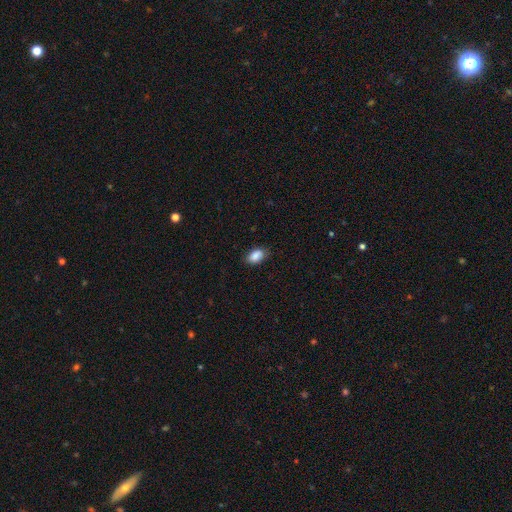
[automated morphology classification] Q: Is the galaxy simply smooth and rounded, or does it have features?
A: smooth — 87%.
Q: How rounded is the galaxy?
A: in between — 90%.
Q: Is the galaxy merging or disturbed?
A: none — 80%.